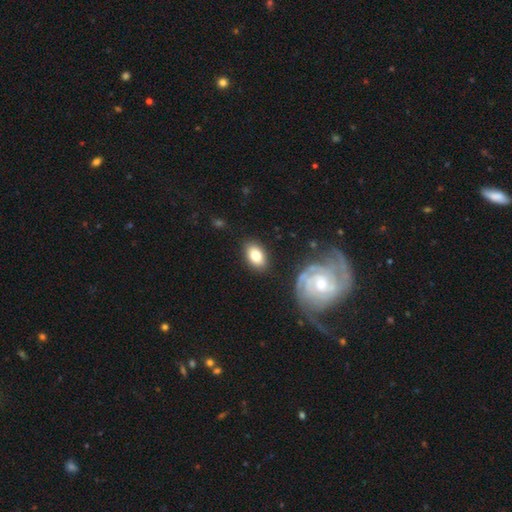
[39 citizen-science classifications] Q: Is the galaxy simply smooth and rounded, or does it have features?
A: smooth — 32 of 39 (82%).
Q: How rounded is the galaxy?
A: in between — 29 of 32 (91%).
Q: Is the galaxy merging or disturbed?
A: none — 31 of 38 (82%).